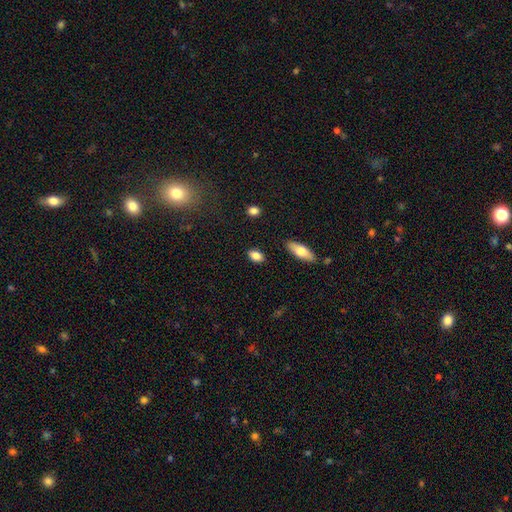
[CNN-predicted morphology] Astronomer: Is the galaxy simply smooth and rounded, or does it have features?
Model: smooth — 84%.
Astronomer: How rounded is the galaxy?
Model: in between — 83%.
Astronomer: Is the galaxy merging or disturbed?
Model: none — 86%.